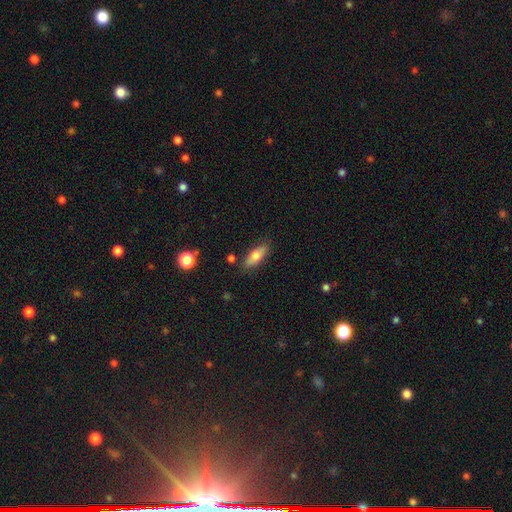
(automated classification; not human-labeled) Smooth or featured: smooth — 67% (featured or disk — 25%)
How rounded: in between — 61% (cigar-shaped — 36%)
Merging: none — 82% (minor disturbance — 12%)